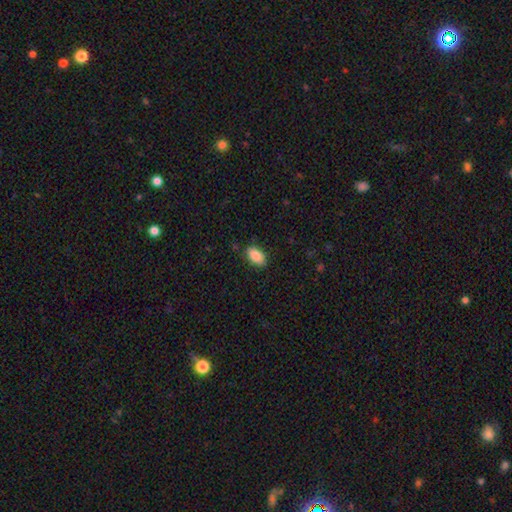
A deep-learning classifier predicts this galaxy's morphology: type=smooth (87%); roundness=in between (93%); merging=none (84%).